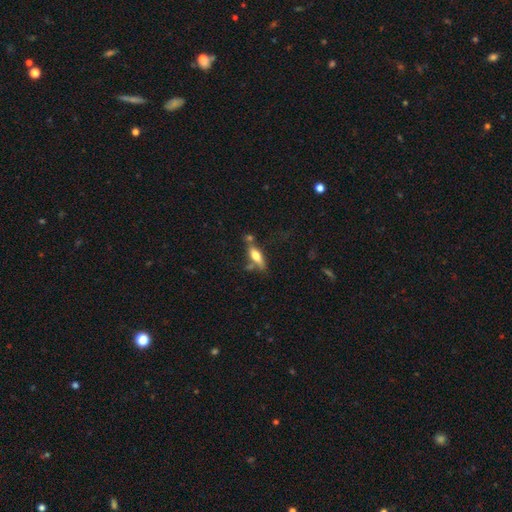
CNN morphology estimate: This is possibly a smooth galaxy (58%). How rounded: possibly in between (49%). Merging: possibly none (54%).